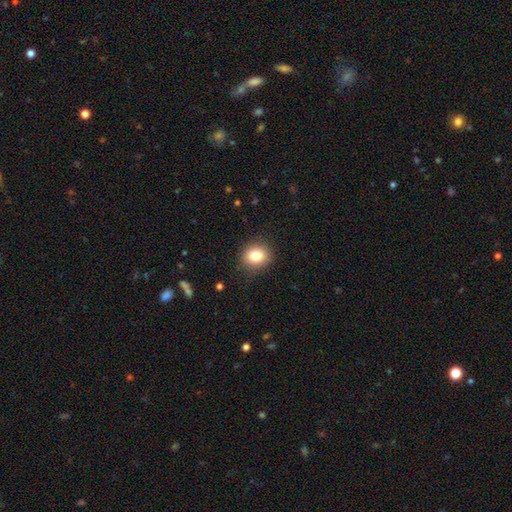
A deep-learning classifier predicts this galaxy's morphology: type=smooth (81%); roundness=round (70%); merging=none (88%).